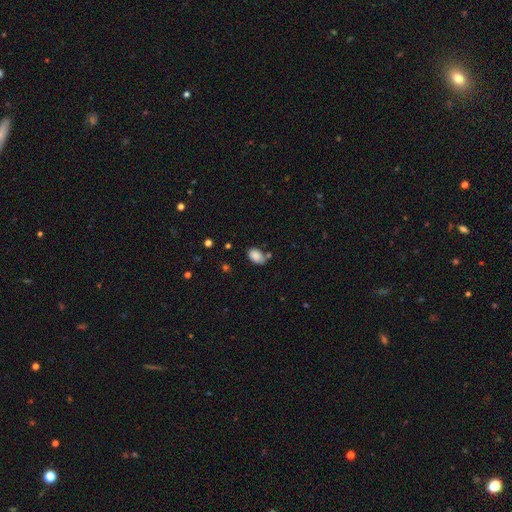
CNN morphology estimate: smooth_or_featured: smooth (p=0.84) [alt: star or artifact p=0.09]
how_rounded: in between (p=0.86) [alt: round p=0.13]
merging: none (p=0.55) [alt: minor disturbance p=0.23]